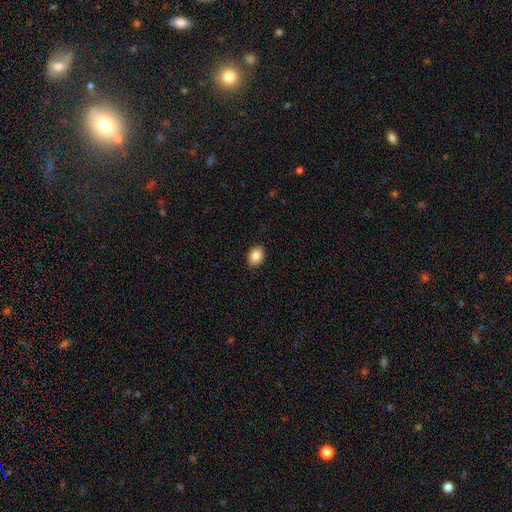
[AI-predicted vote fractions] Q: Smooth or featured?
A: smooth (87%); runner-up: star or artifact (8%)
Q: How rounded?
A: in between (70%); runner-up: round (29%)
Q: Merging?
A: none (89%); runner-up: minor disturbance (8%)